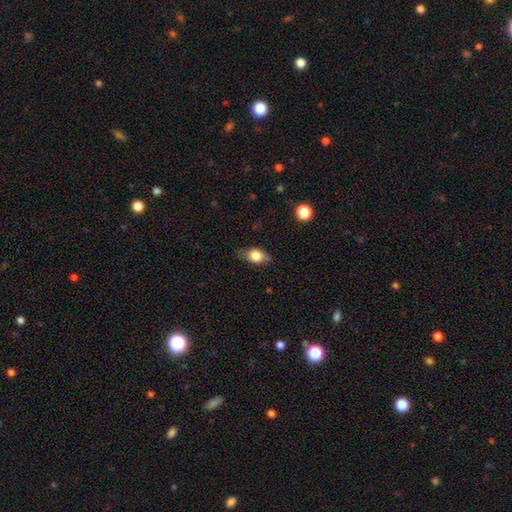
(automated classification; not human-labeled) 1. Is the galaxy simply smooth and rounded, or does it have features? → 78% smooth, 14% featured or disk, 9% star or artifact.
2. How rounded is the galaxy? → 69% in between, 28% round, 3% cigar-shaped.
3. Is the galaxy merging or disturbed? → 65% none, 26% minor disturbance, 7% major disturbance, 2% merger.